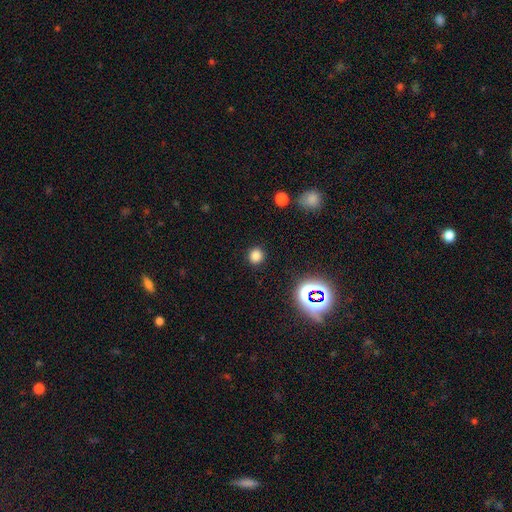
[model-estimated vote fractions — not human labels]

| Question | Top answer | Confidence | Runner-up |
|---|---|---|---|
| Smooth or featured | smooth | 77% | star or artifact (18%) |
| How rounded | round | 90% | in between (9%) |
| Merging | none | 90% | minor disturbance (6%) |